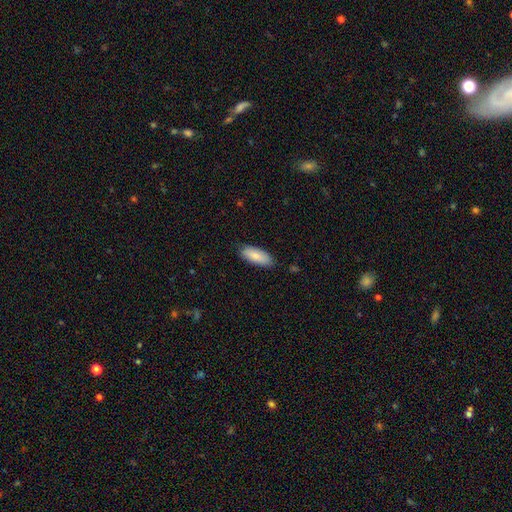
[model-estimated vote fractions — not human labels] Smooth or featured? smooth (84%)
How rounded? in between (79%)
Merging? none (82%)